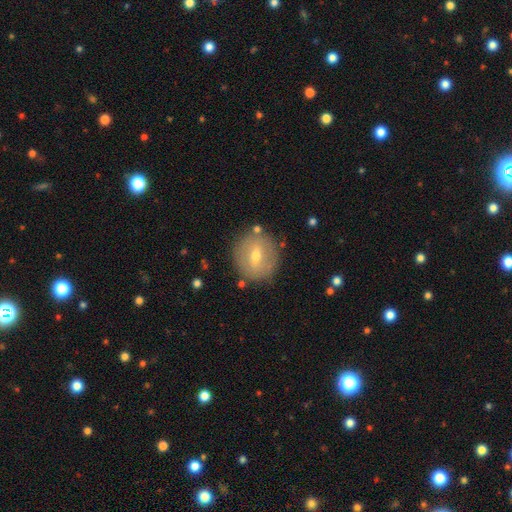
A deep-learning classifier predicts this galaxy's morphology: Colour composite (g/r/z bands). It shows a smooth galaxy with no disk features (48%). Merging: none (83%).